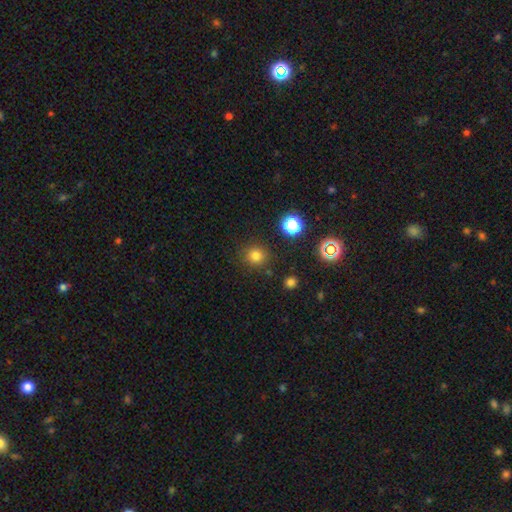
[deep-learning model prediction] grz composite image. It shows a smooth galaxy with no disk features (78%) that is round (92%). Merging: none (86%).